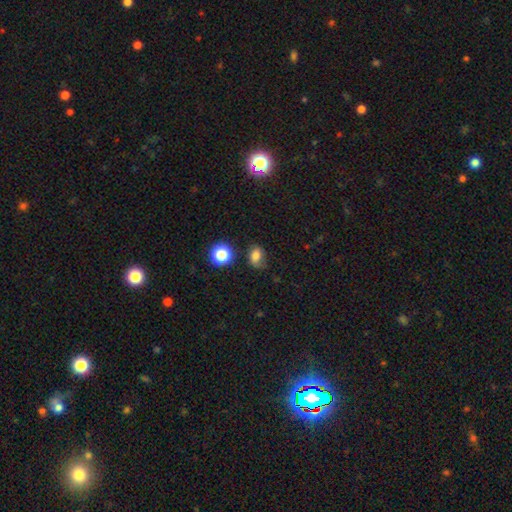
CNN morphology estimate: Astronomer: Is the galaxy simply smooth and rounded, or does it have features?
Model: smooth — 74%.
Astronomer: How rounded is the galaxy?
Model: in between — 67%.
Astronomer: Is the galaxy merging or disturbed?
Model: none — 61%.